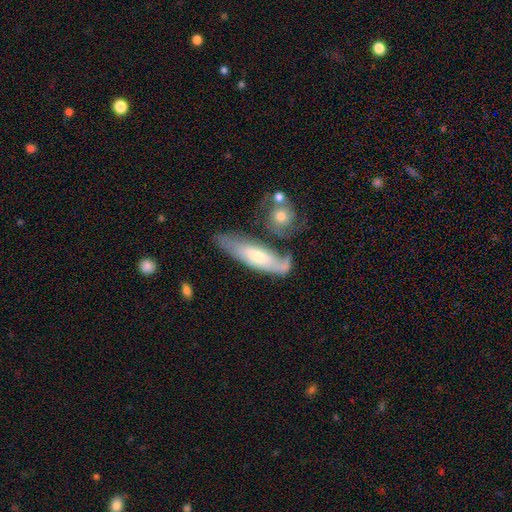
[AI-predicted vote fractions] smooth-or-featured: featured or disk: 50% | smooth: 44% | star or artifact: 6%
  disk-edge-on: no: 62% | yes: 38%
  merging: none: 45% | minor disturbance: 23% | merger: 20% | major disturbance: 12%